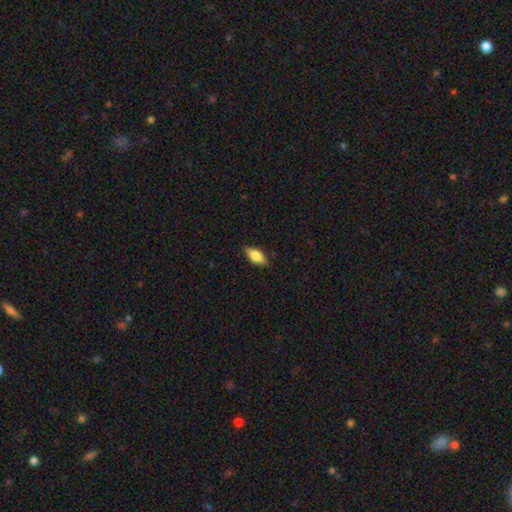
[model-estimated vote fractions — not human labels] Smooth or featured? smooth (75%)
How rounded? in between (82%)
Merging? none (85%)